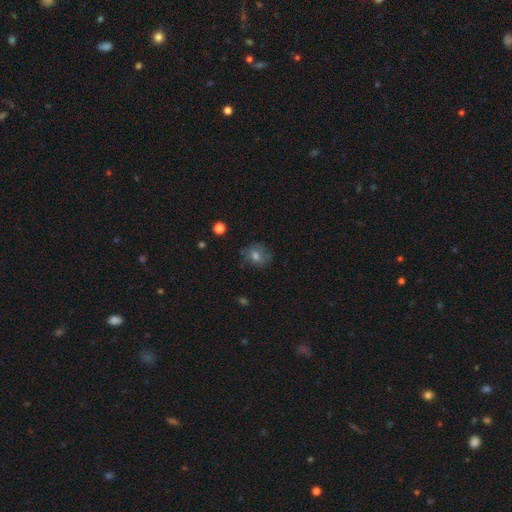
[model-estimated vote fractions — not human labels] Smooth or featured?
  - smooth: 61% *
  - featured or disk: 24%
  - star or artifact: 15%
How rounded?
  - round: 72% *
  - in between: 27%
  - cigar-shaped: 1%
Merging?
  - none: 71% *
  - minor disturbance: 20%
  - major disturbance: 7%
  - merger: 2%